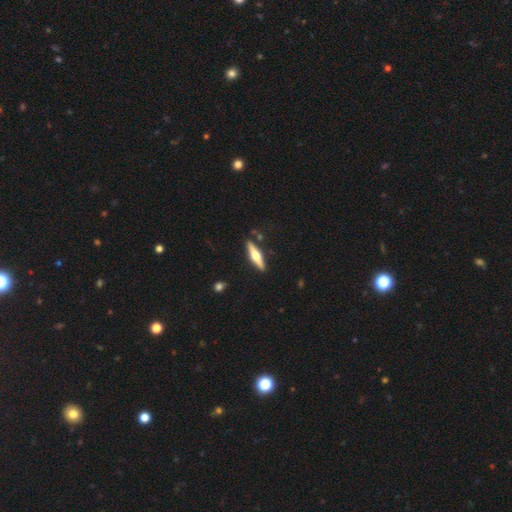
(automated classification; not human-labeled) featured or disk 65%, smooth 30%, star or artifact 5%. Down the decision tree: edge-on disk — yes (96%); edge-on bulge — rounded (93%); merging — none (85%).